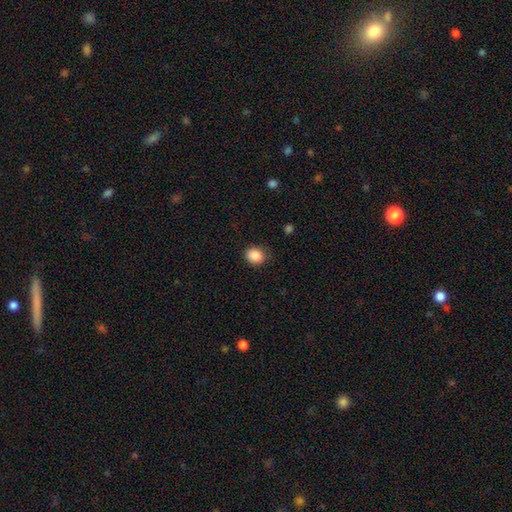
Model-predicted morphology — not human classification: type=smooth (88%); roundness=round (64%); merging=none (82%).